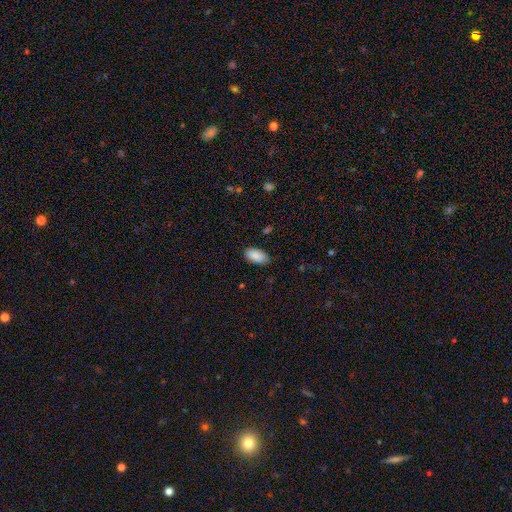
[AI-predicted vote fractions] This appears to be a smooth galaxy with no disk features (88%) that is in between round and cigar-shaped (94%). Merging: none (81%).